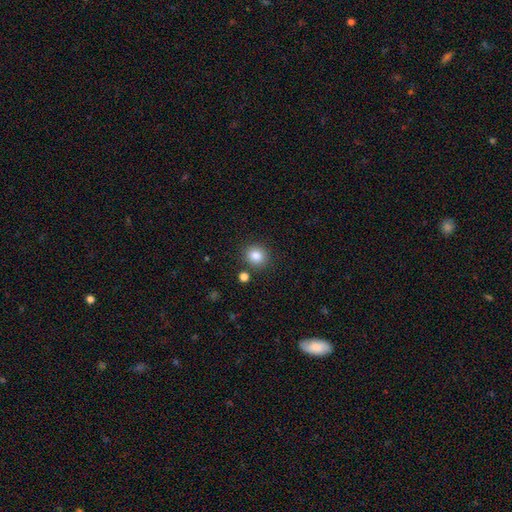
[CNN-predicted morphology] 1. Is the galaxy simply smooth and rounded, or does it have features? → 85% smooth, 11% star or artifact, 5% featured or disk.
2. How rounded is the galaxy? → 86% round, 14% in between, 1% cigar-shaped.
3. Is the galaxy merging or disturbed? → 85% none, 8% minor disturbance, 5% merger, 3% major disturbance.